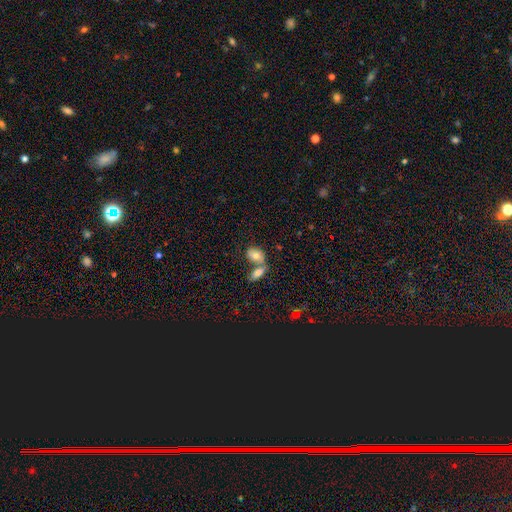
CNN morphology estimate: Overall: smooth (75%). How rounded: in between (85%). Merging: merger (54%; none 32%).